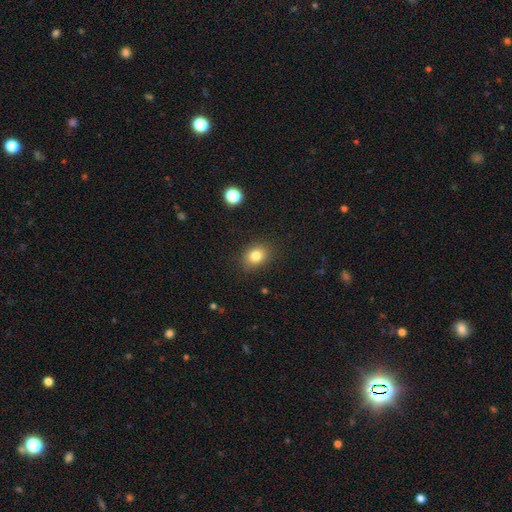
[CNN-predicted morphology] smooth-or-featured: smooth: 82% | star or artifact: 11% | featured or disk: 8%
  how-rounded: in between: 58% | round: 41% | cigar-shaped: 1%
  merging: none: 86% | minor disturbance: 10% | major disturbance: 3% | merger: 1%